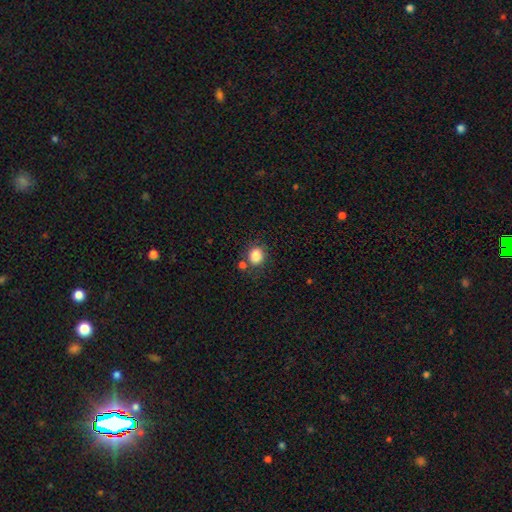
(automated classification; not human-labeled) Q: Smooth or featured?
A: smooth (84%); runner-up: star or artifact (10%)
Q: How rounded?
A: round (76%); runner-up: in between (23%)
Q: Merging?
A: none (73%); runner-up: merger (12%)